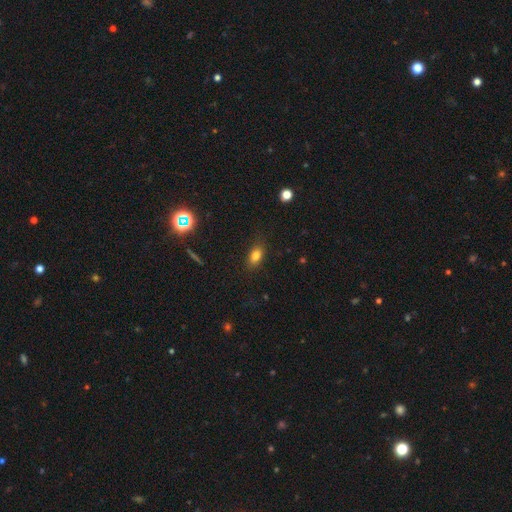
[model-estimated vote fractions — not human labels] The model was most divided on "smooth or featured": smooth: 79%, star or artifact: 12%, featured or disk: 9%. More confident: merging — none (82%); how rounded — in between (82%).